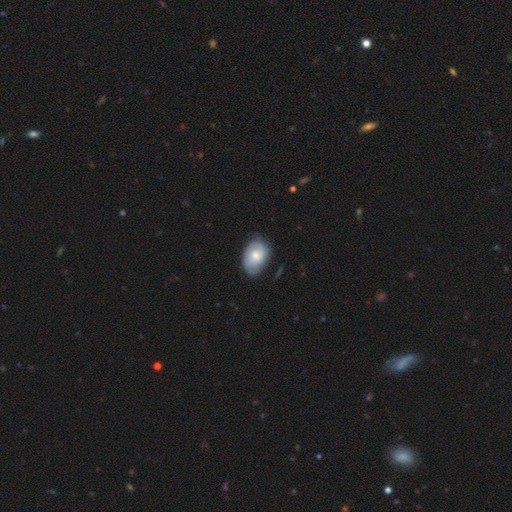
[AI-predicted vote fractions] smooth_or_featured: smooth (p=0.50) [alt: featured or disk p=0.44]
how_rounded: in between (p=0.82) [alt: round p=0.17]
merging: none (p=0.67) [alt: minor disturbance p=0.26]